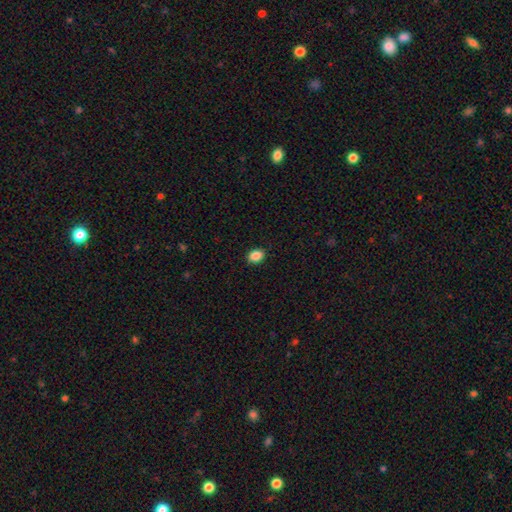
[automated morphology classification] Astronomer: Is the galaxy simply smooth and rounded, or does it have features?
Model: smooth — 88%.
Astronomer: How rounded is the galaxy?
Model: in between — 72%.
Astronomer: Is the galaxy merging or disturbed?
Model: none — 90%.